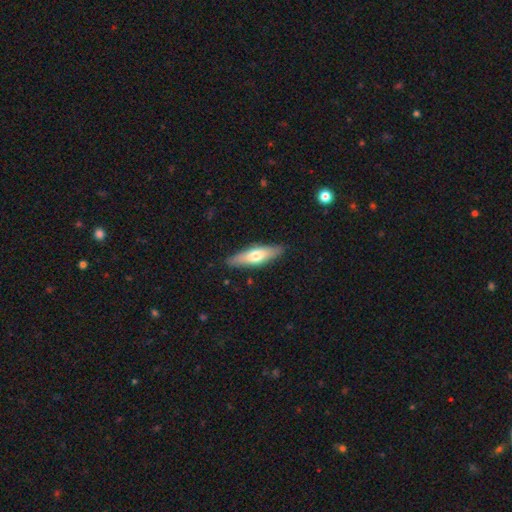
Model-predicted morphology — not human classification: Smooth or featured?
  - smooth: 58% *
  - featured or disk: 37%
  - star or artifact: 5%
How rounded?
  - cigar-shaped: 60% *
  - in between: 38%
  - round: 2%
Merging?
  - none: 88% *
  - minor disturbance: 9%
  - major disturbance: 2%
  - merger: 1%